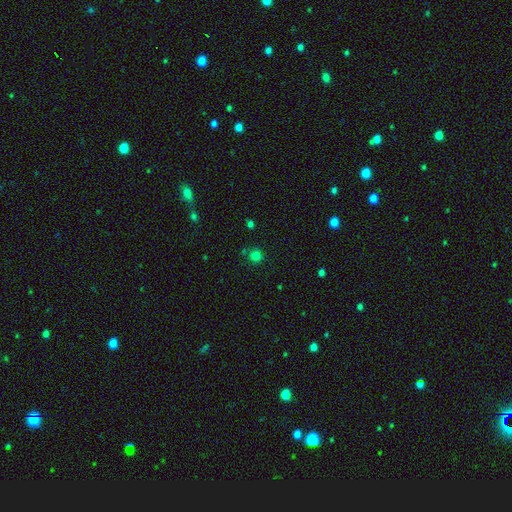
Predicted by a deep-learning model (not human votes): The model was most divided on "smooth or featured": smooth: 77%, star or artifact: 18%, featured or disk: 5%. More confident: how rounded — round (93%); merging — none (80%).